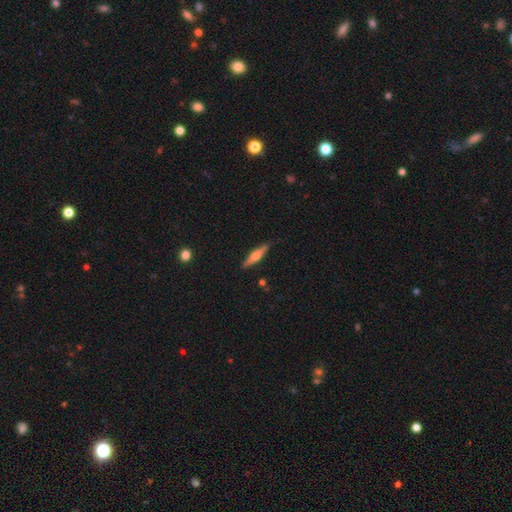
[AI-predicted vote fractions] This appears to be a featured or disk galaxy (59%) viewed edge-on (96%) with a rounded central bulge (90%). Merging: none (88%).